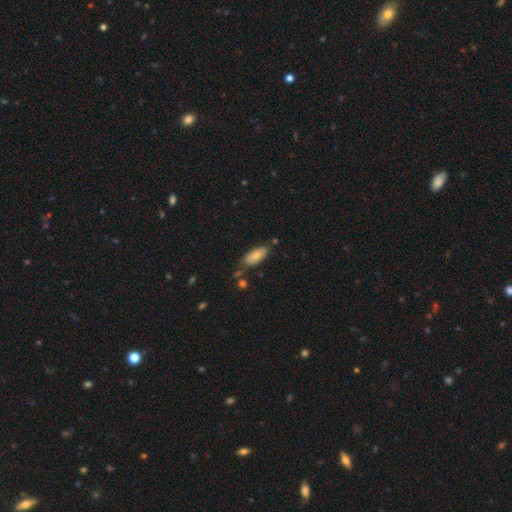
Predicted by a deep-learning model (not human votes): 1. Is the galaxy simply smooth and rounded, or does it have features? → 77% smooth, 16% featured or disk, 7% star or artifact.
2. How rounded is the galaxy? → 83% in between, 15% cigar-shaped, 2% round.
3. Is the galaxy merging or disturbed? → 67% none, 22% minor disturbance, 7% merger, 4% major disturbance.